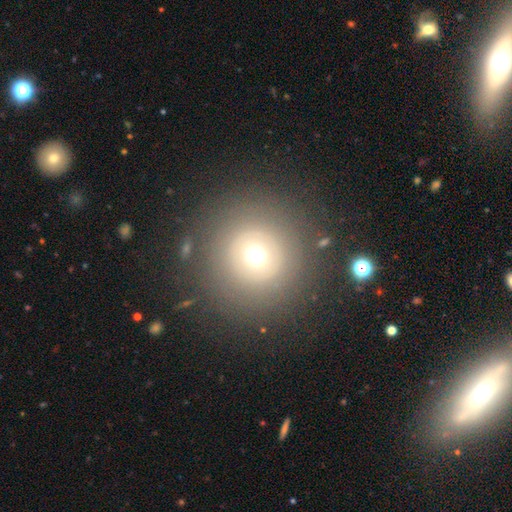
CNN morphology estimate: Overall: smooth (60%; featured or disk 24%). How rounded: round (96%). Merging: none (86%).